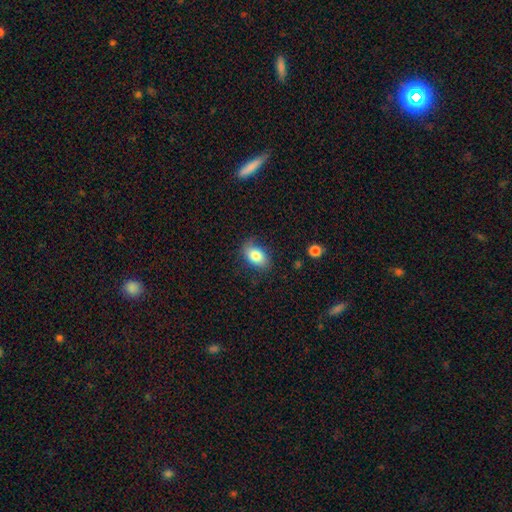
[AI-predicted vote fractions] smooth-or-featured: smooth: 79% | featured or disk: 13% | star or artifact: 8%
  how-rounded: in between: 86% | round: 13% | cigar-shaped: 2%
  merging: none: 77% | minor disturbance: 18% | major disturbance: 5% | merger: 1%